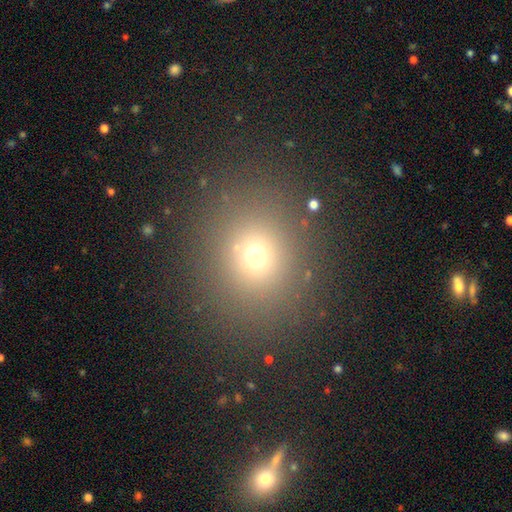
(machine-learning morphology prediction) Smooth or featured: smooth — 66% (star or artifact — 25%)
How rounded: round — 76% (in between — 23%)
Merging: none — 86% (minor disturbance — 8%)